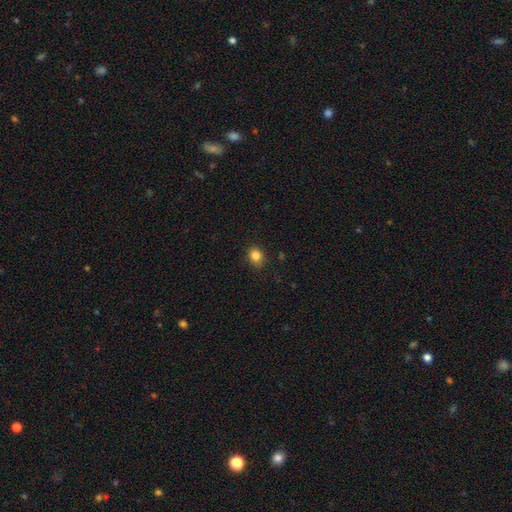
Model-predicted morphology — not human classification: smooth_or_featured: smooth (p=0.84) [alt: star or artifact p=0.10]
how_rounded: round (p=0.58) [alt: in between p=0.41]
merging: none (p=0.87) [alt: minor disturbance p=0.10]